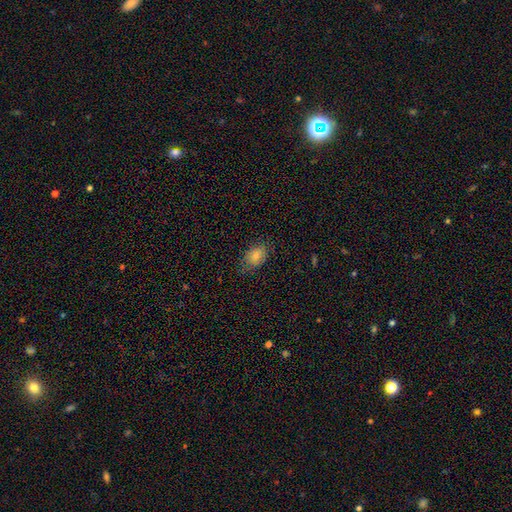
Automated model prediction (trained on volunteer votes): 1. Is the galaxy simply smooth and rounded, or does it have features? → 71% smooth, 15% featured or disk, 14% star or artifact.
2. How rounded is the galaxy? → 75% in between, 24% round, 2% cigar-shaped.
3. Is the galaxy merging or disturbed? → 73% none, 21% minor disturbance, 5% major disturbance, 1% merger.